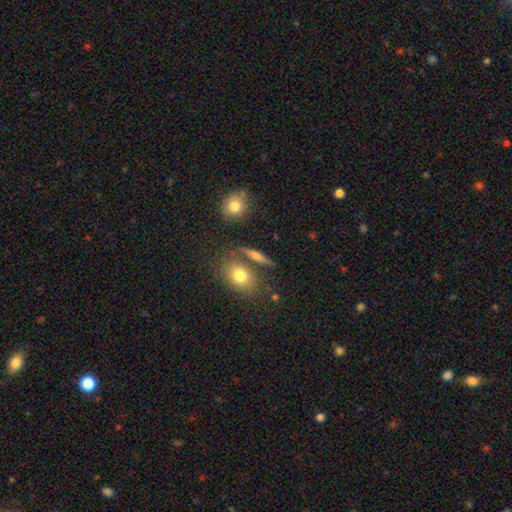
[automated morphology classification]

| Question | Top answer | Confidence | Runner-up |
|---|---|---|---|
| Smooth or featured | smooth | 51% | featured or disk (37%) |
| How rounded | cigar-shaped | 44% | in between (34%) |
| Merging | none | 72% | minor disturbance (12%) |